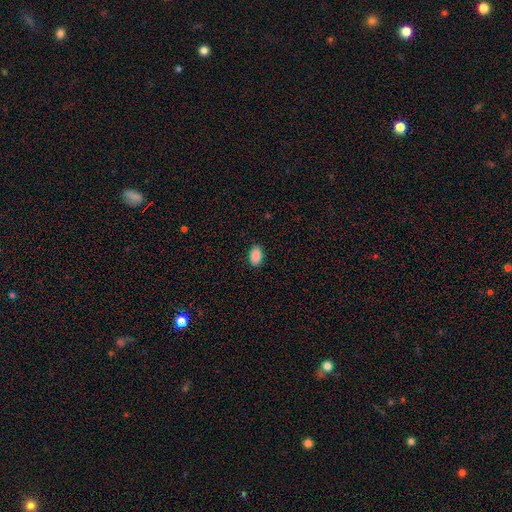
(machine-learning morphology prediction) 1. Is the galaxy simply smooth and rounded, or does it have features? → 90% smooth, 7% star or artifact, 3% featured or disk.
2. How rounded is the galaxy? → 89% in between, 9% round, 1% cigar-shaped.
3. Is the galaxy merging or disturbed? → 88% none, 9% minor disturbance, 2% major disturbance, 1% merger.